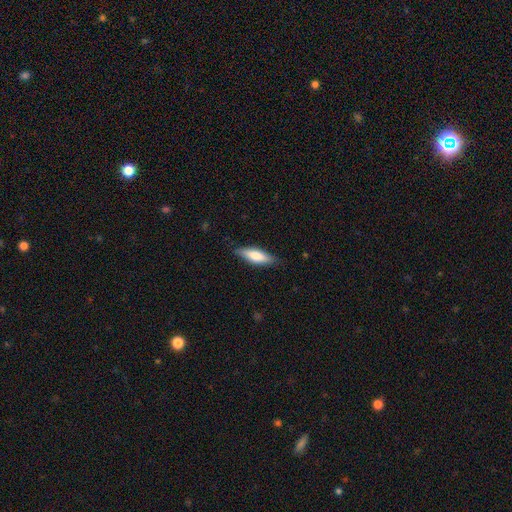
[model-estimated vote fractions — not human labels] smooth-or-featured: smooth: 69% | featured or disk: 25% | star or artifact: 6%
  how-rounded: cigar-shaped: 53% | in between: 46% | round: 2%
  merging: none: 84% | minor disturbance: 13% | major disturbance: 2% | merger: 1%